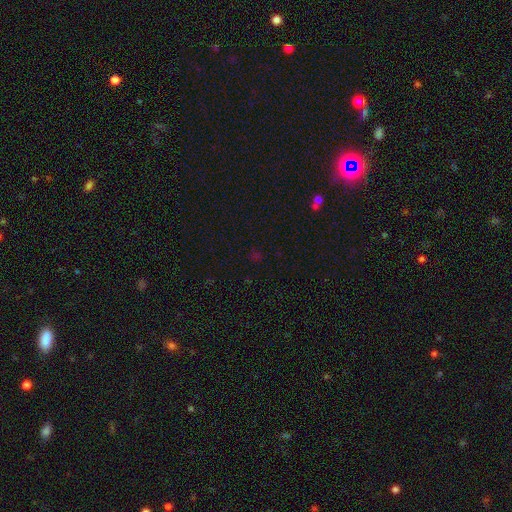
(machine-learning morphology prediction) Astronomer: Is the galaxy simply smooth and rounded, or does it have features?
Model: star or artifact — 61%.